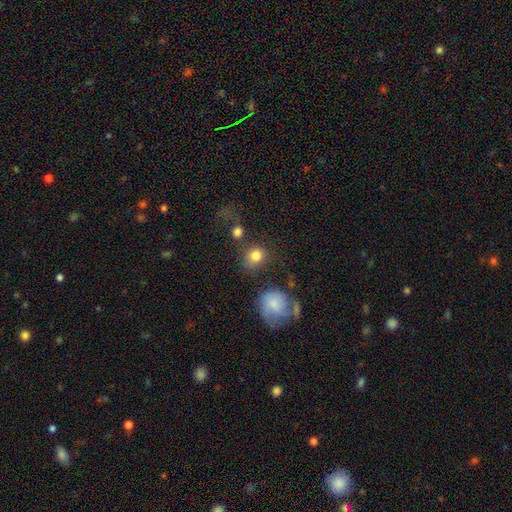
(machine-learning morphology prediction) Overall: smooth (83%). How rounded: round (73%). Merging: none (67%).